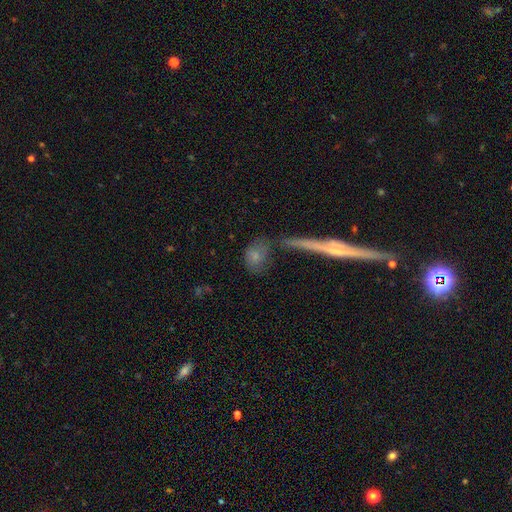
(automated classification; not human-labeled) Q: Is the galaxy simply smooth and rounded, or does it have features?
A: smooth — 68%.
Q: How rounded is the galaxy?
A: in between — 59%.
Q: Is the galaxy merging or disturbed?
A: none — 48%.